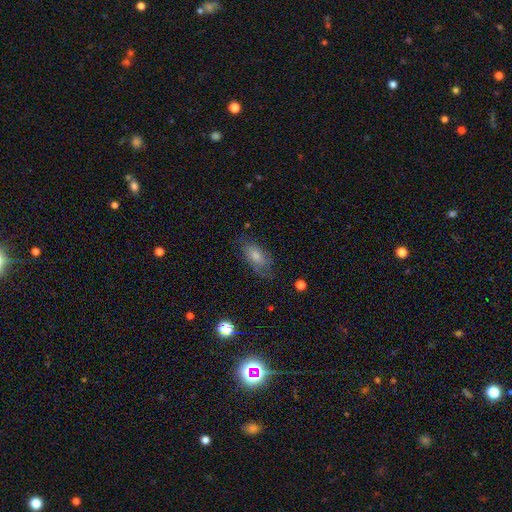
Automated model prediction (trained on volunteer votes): Smooth or featured? Predicted: smooth (p=0.42, tied with featured or disk). Merging? Predicted: none (p=0.69).